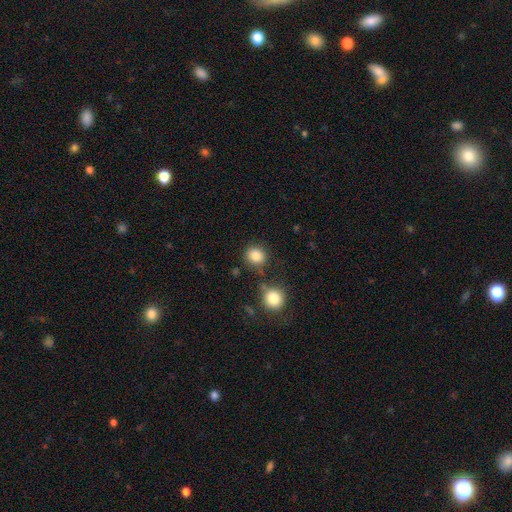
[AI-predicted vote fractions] The model was most divided on "merging": none: 77%, minor disturbance: 11%, merger: 8%, major disturbance: 4%. More confident: how rounded — round (86%); smooth or featured — smooth (84%).